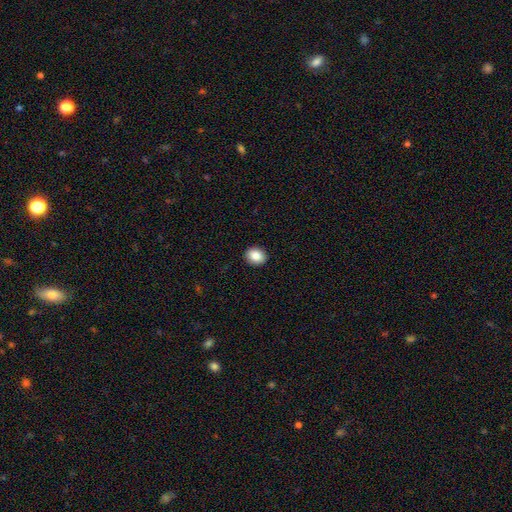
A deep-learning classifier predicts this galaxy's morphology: This appears to be a smooth galaxy with no disk features (86%) that is round (53%). Merging: none (92%).